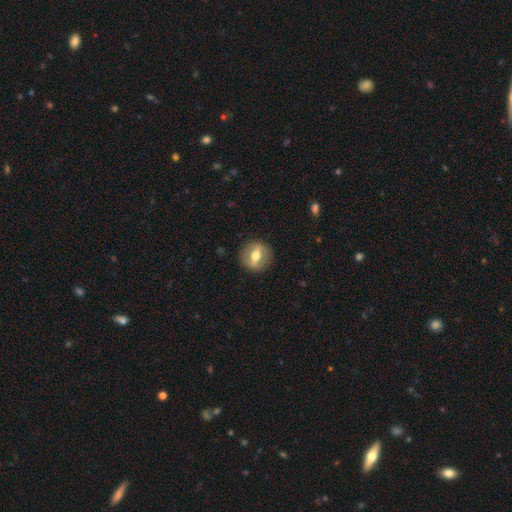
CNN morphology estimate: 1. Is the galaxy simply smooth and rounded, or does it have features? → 52% featured or disk, 41% smooth, 7% star or artifact.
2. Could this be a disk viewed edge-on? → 73% no, 27% yes.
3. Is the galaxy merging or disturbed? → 88% none, 8% minor disturbance, 3% major disturbance, 1% merger.